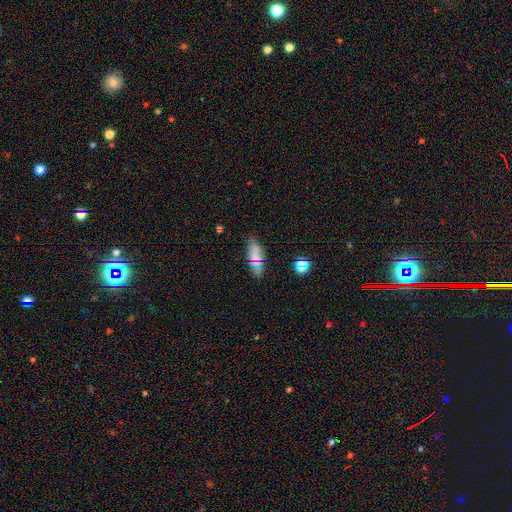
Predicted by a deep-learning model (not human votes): Morphology: type=smooth (60%); roundness=in between (75%); merging=none (76%).